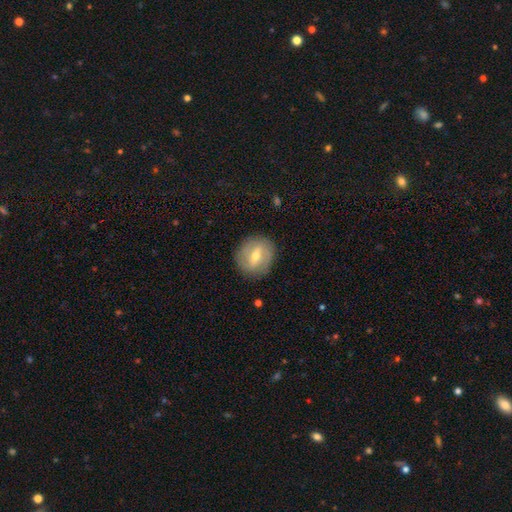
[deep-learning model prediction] The model was most divided on "smooth or featured": featured or disk: 53%, smooth: 39%, star or artifact: 8%. More confident: edge-on disk — no (93%); merging — none (85%).